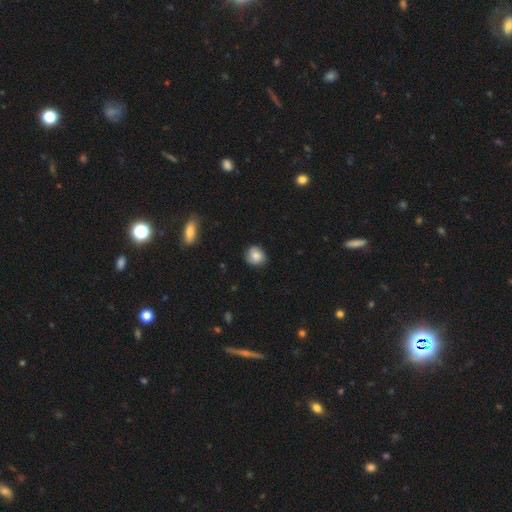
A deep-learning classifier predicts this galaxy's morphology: Smooth or featured? smooth (78%)
How rounded? round (82%)
Merging? none (81%)